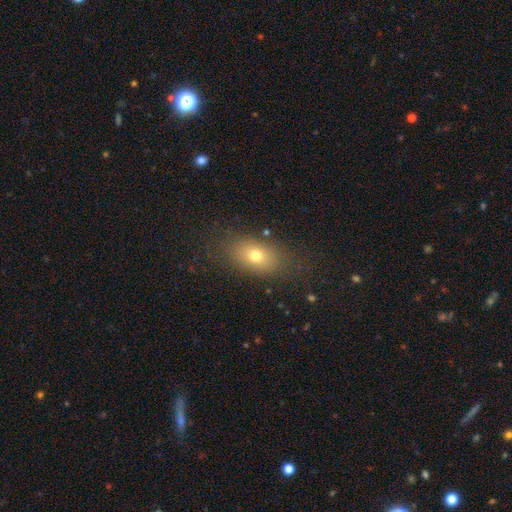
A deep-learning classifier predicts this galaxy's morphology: smooth-or-featured: smooth: 71% | featured or disk: 16% | star or artifact: 13%
  how-rounded: in between: 79% | round: 18% | cigar-shaped: 3%
  merging: none: 80% | minor disturbance: 13% | major disturbance: 6% | merger: 1%